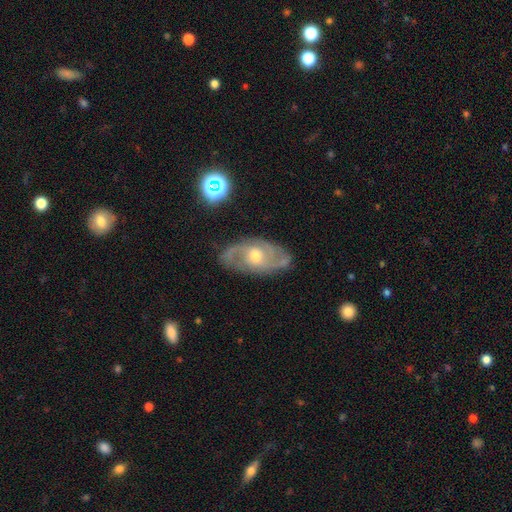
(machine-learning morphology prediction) Smooth or featured?
  - featured or disk: 83% *
  - smooth: 11%
  - star or artifact: 6%
Edge-on disk?
  - no: 94% *
  - yes: 6%
Bar?
  - no: 61% *
  - weak: 33%
  - strong: 6%
Spiral arms?
  - yes: 94% *
  - no: 6%
Spiral winding?
  - medium: 49% *
  - tight: 34%
  - loose: 17%
Spiral arm count?
  - 2: 64% *
  - can't tell: 15%
  - 3: 12%
  - 1: 3%
  - 4: 3%
  - more than 4: 3%
Bulge size?
  - moderate: 64% *
  - small: 31%
  - large: 3%
  - none: 1%
  - dominant: 1%
Merging?
  - none: 77% *
  - minor disturbance: 17%
  - major disturbance: 5%
  - merger: 2%